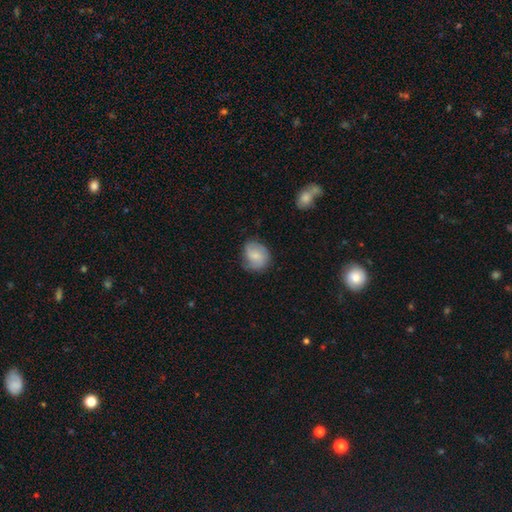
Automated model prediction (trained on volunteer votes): A smooth galaxy with no disk features (59%) that is round (64%).

Vote fractions:
- Smooth or featured? smooth: 59% / featured or disk: 34% / star or artifact: 7%
- How rounded? round: 64% / in between: 35% / cigar-shaped: 1%
- Merging? none: 60% / minor disturbance: 29% / major disturbance: 10% / merger: 2%